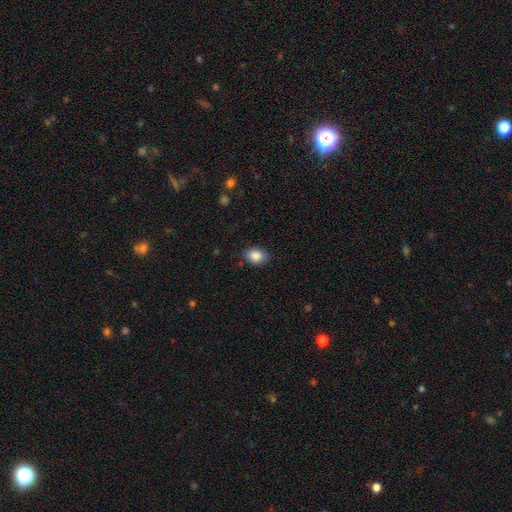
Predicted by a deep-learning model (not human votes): Smooth or featured?
  - smooth: 87% *
  - star or artifact: 8%
  - featured or disk: 5%
How rounded?
  - in between: 66% *
  - round: 33%
  - cigar-shaped: 1%
Merging?
  - none: 82% *
  - minor disturbance: 14%
  - major disturbance: 3%
  - merger: 1%